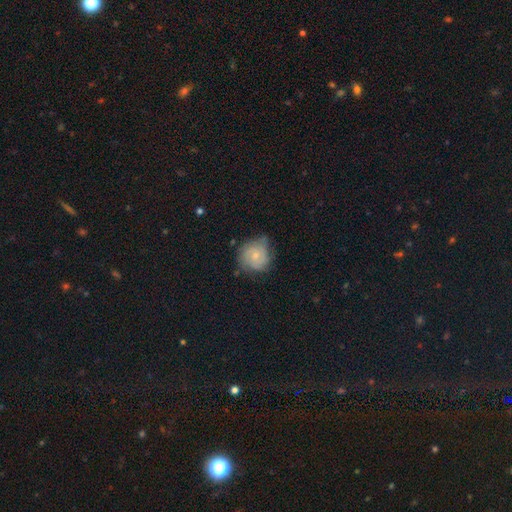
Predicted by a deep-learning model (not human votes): This is possibly a featured or disk galaxy (51%). It is clearly not viewed edge-on (98%). Merging: likely none (61%).